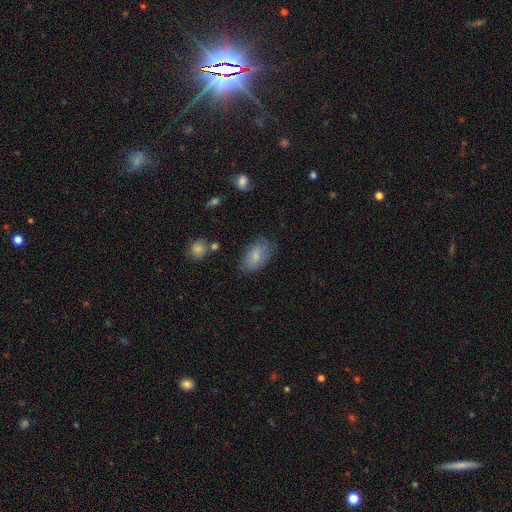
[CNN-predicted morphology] A smooth galaxy with no disk features (72%) that is in between round and cigar-shaped (92%).

Vote fractions:
- Smooth or featured? smooth: 72% / featured or disk: 21% / star or artifact: 8%
- How rounded? in between: 92% / round: 5% / cigar-shaped: 3%
- Merging? none: 63% / minor disturbance: 26% / major disturbance: 8% / merger: 2%